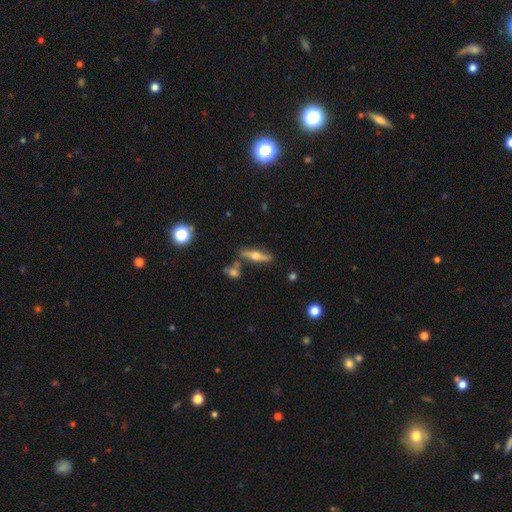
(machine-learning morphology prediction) Smooth or featured? Predicted: featured or disk (p=0.60). Edge-on disk? Predicted: yes (p=0.92). Edge-on bulge? Predicted: rounded (p=0.95). Merging? Predicted: none (p=0.77).